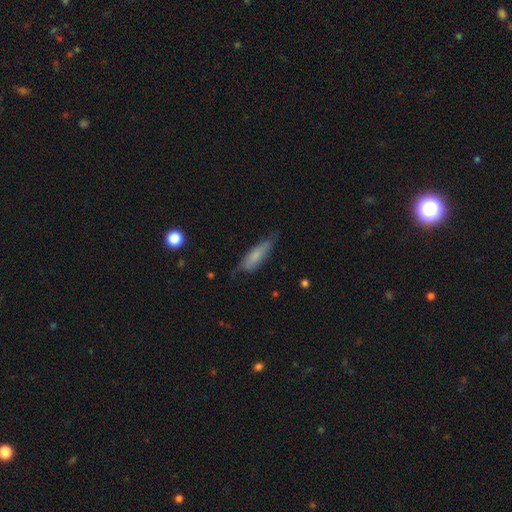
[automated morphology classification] Smooth or featured: smooth — 69% (featured or disk — 24%)
How rounded: cigar-shaped — 58% (in between — 41%)
Merging: none — 61% (minor disturbance — 30%)